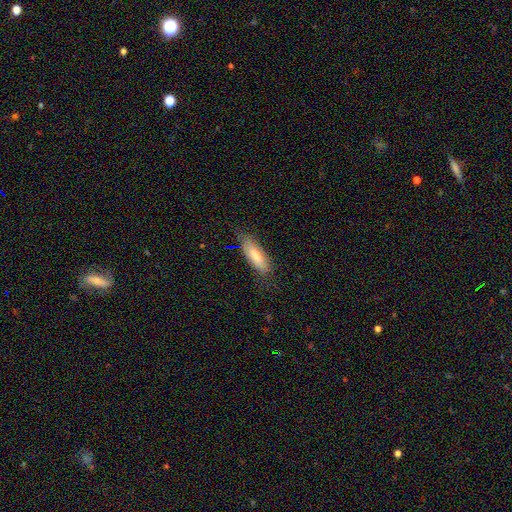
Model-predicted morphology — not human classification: smooth-or-featured: smooth: 77% | featured or disk: 17% | star or artifact: 6%
  how-rounded: in between: 58% | cigar-shaped: 40% | round: 2%
  merging: none: 77% | minor disturbance: 18% | major disturbance: 4% | merger: 1%